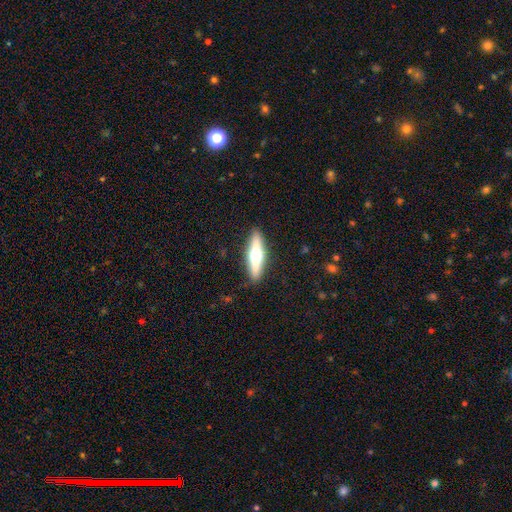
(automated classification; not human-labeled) smooth-or-featured: featured or disk: 54% | smooth: 40% | star or artifact: 6%
  disk-edge-on: yes: 93% | no: 7%
  merging: none: 88% | minor disturbance: 9% | major disturbance: 2% | merger: 1%